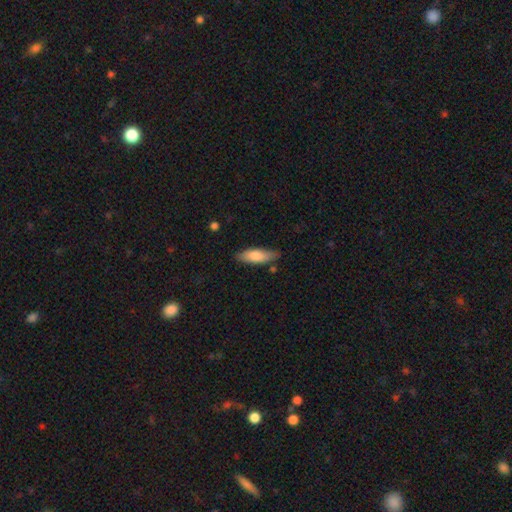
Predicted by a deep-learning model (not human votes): This appears to be a smooth galaxy with no disk features (75%) that is in between round and cigar-shaped (60%). Merging: none (79%).